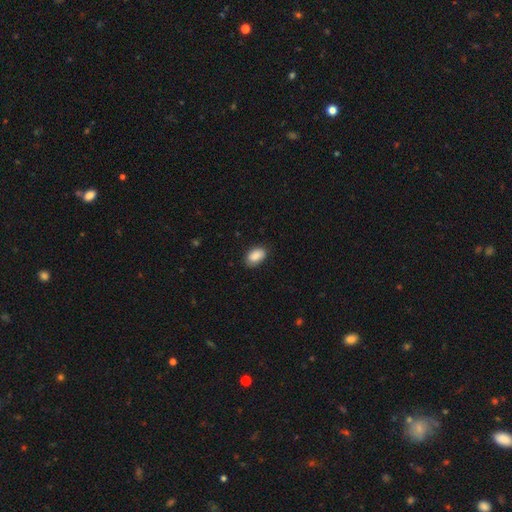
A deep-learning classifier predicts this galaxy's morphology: The model was most divided on "merging": none: 84%, minor disturbance: 12%, major disturbance: 2%, merger: 1%. More confident: how rounded — in between (91%); smooth or featured — smooth (88%).